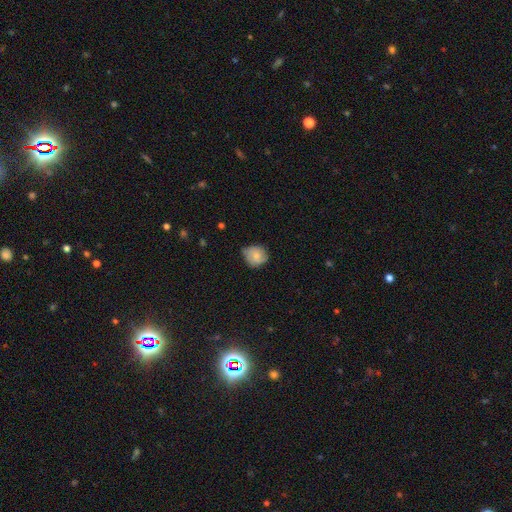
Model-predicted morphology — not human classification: smooth 66%, featured or disk 26%, star or artifact 8%. Down the decision tree: how rounded — round (77%); merging — none (58%).